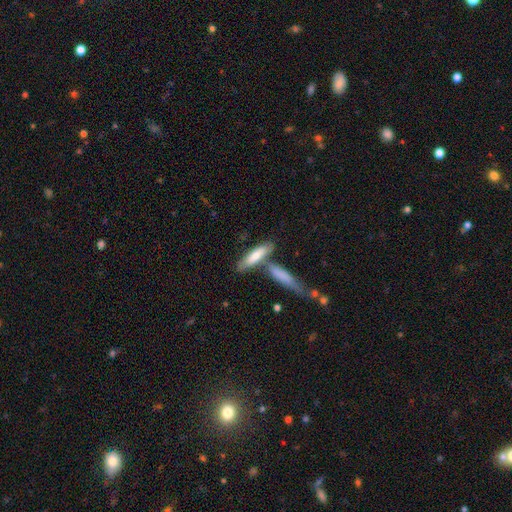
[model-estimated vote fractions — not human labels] The model was most divided on "merging": none: 50%, merger: 33%, minor disturbance: 13%, major disturbance: 4%. More confident: smooth or featured — smooth (70%); how rounded — cigar-shaped (66%).